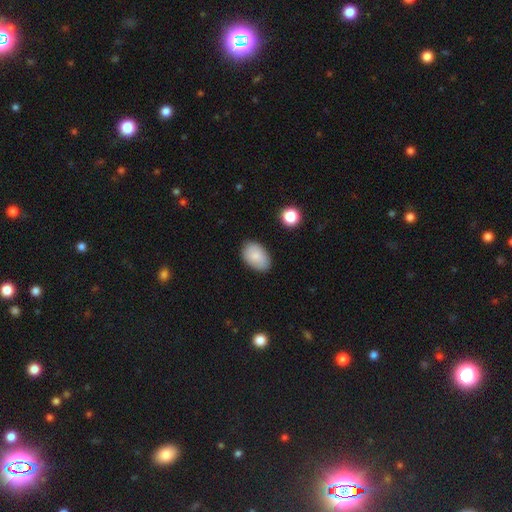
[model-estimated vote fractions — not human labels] Smooth or featured: smooth — 84% (featured or disk — 9%)
How rounded: in between — 89% (round — 10%)
Merging: none — 83% (minor disturbance — 13%)